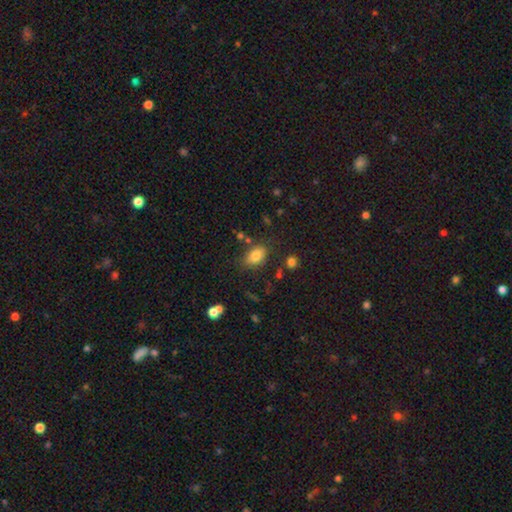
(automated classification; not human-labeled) Morphology: type=smooth (82%); roundness=in between (84%); merging=none (75%).